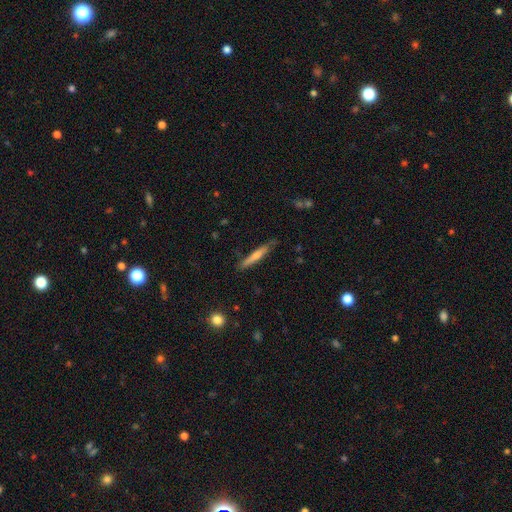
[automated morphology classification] Q: Smooth or featured?
A: smooth (60%); runner-up: featured or disk (34%)
Q: How rounded?
A: cigar-shaped (93%); runner-up: in between (5%)
Q: Merging?
A: none (78%); runner-up: minor disturbance (17%)